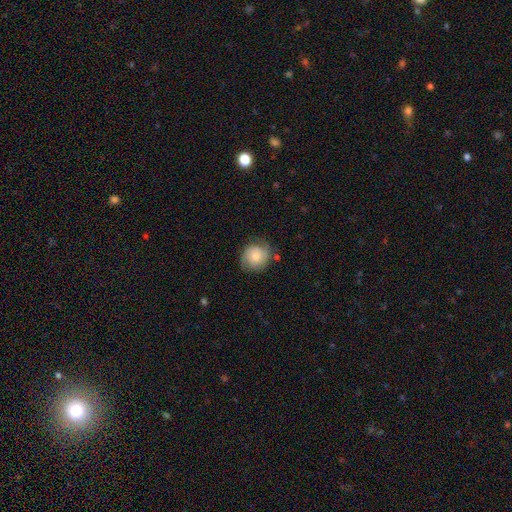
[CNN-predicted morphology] Smooth or featured?
  - smooth: 63% *
  - featured or disk: 29%
  - star or artifact: 8%
How rounded?
  - round: 81% *
  - in between: 18%
  - cigar-shaped: 1%
Merging?
  - none: 69% *
  - minor disturbance: 23%
  - major disturbance: 6%
  - merger: 2%